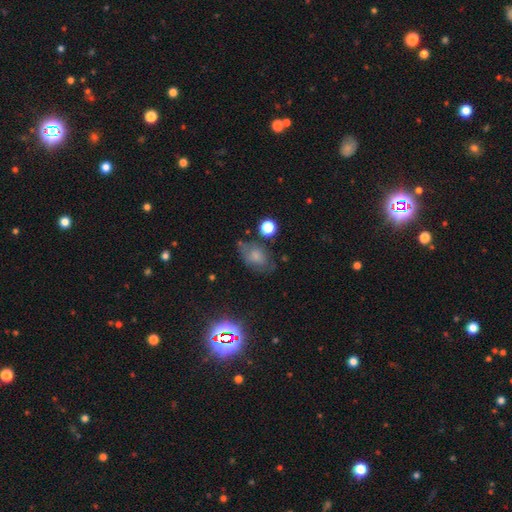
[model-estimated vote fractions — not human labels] Overall: smooth (63%; featured or disk 23%). How rounded: in between (81%). Merging: none (50%; minor disturbance 29%).